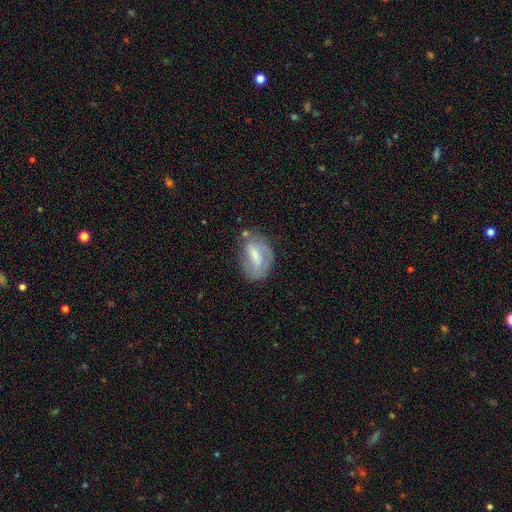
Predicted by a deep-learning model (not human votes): smooth_or_featured: featured or disk (p=0.50) [alt: smooth p=0.42]
disk_edge_on: no (p=0.93) [alt: yes p=0.07]
merging: none (p=0.54) [alt: minor disturbance p=0.27]